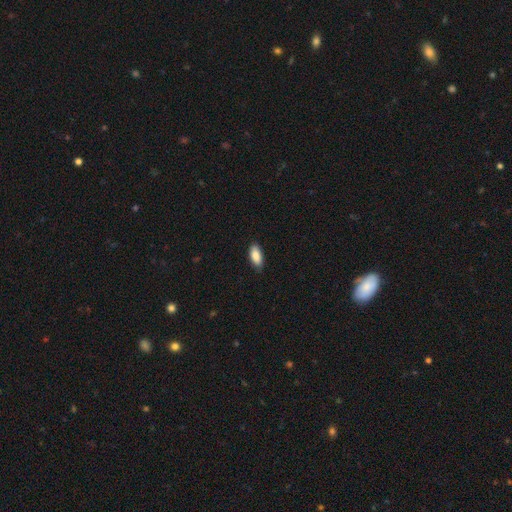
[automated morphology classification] smooth 87%, featured or disk 7%, star or artifact 6%. Down the decision tree: how rounded — in between (86%); merging — none (83%).